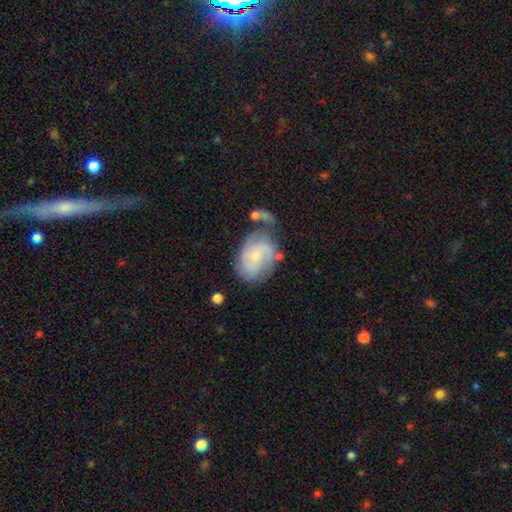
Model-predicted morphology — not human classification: Smooth or featured: featured or disk — 65% (smooth — 28%)
Edge-on disk: no — 97% (yes — 3%)
Bar: no — 63% (weak — 32%)
Spiral arms: yes — 88% (no — 12%)
Spiral winding: tight — 45% (medium — 39%)
Spiral arm count: 2 — 43% (can't tell — 30%)
Bulge size: small — 68% (moderate — 21%)
Merging: none — 47% (minor disturbance — 26%)